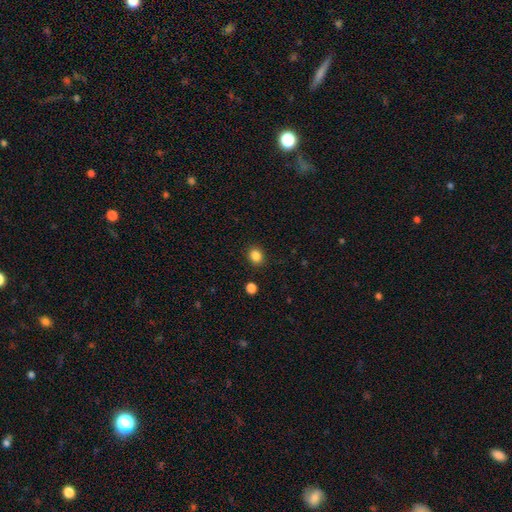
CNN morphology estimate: A smooth galaxy with no disk features (85%) that is round (58%).

Vote fractions:
- Smooth or featured? smooth: 85% / star or artifact: 11% / featured or disk: 4%
- How rounded? round: 58% / in between: 42% / cigar-shaped: 1%
- Merging? none: 88% / minor disturbance: 8% / major disturbance: 2% / merger: 2%